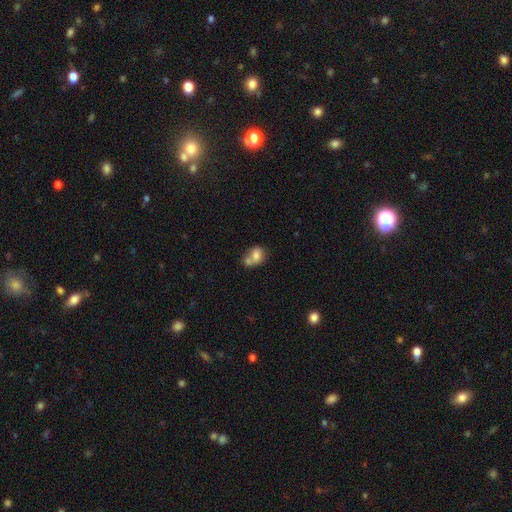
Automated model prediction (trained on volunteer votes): smooth 74%, featured or disk 17%, star or artifact 9%. Down the decision tree: how rounded — in between (58%); merging — merger (58%).